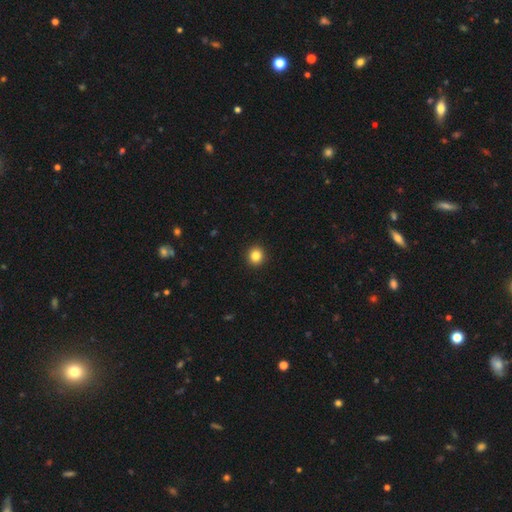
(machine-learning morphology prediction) Q: Smooth or featured?
A: smooth (84%); runner-up: star or artifact (11%)
Q: How rounded?
A: round (90%); runner-up: in between (9%)
Q: Merging?
A: none (93%); runner-up: minor disturbance (4%)